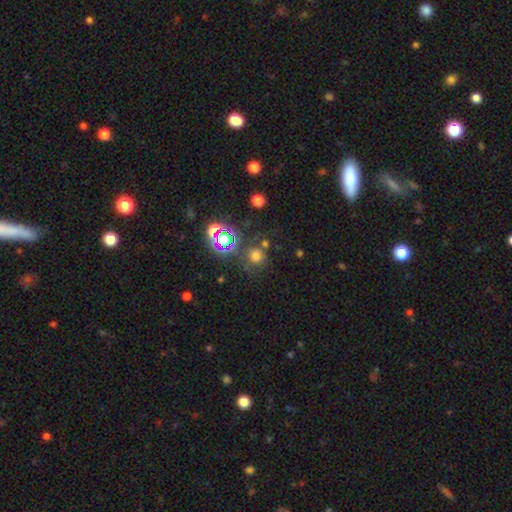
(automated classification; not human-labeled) Smooth or featured? smooth (65%)
How rounded? round (89%)
Merging? none (70%)